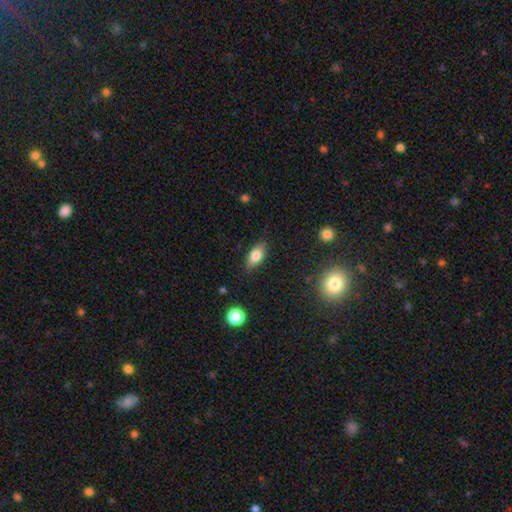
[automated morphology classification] smooth_or_featured: smooth (p=0.76) [alt: featured or disk p=0.16]
how_rounded: in between (p=0.84) [alt: cigar-shaped p=0.11]
merging: none (p=0.84) [alt: minor disturbance p=0.12]